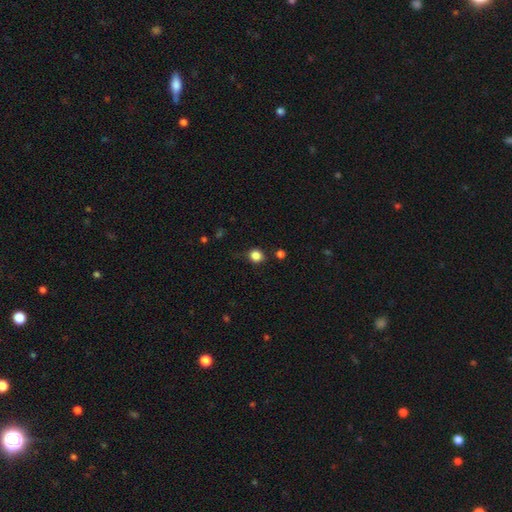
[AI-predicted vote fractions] Morphology: type=smooth (84%); roundness=round (86%); merging=none (79%).